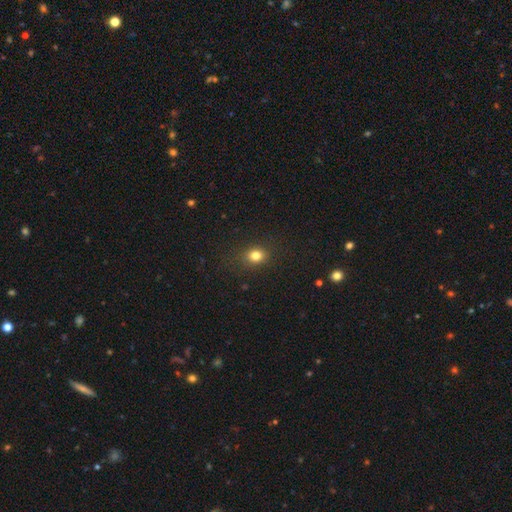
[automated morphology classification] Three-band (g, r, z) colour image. It shows a smooth galaxy with no disk features (80%) that is round (61%). Merging: none (85%).